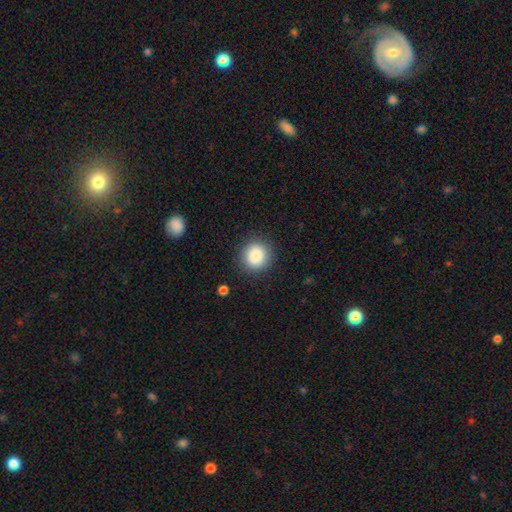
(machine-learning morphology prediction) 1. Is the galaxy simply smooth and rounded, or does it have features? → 87% smooth, 8% star or artifact, 4% featured or disk.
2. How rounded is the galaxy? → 91% round, 8% in between, 1% cigar-shaped.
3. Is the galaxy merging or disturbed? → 88% none, 8% minor disturbance, 3% major disturbance, 1% merger.